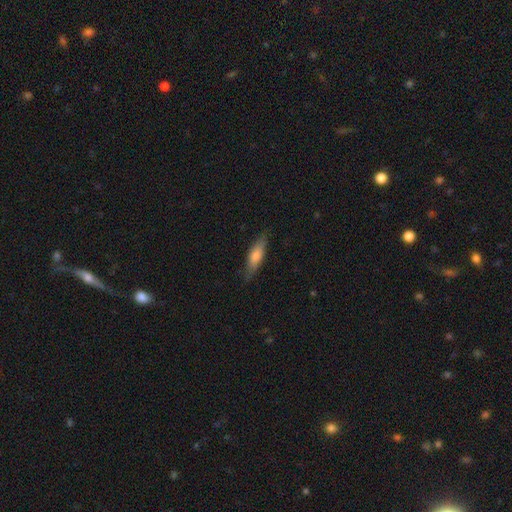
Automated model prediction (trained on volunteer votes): Morphology: type=smooth (58%); roundness=cigar-shaped (63%); merging=none (82%).